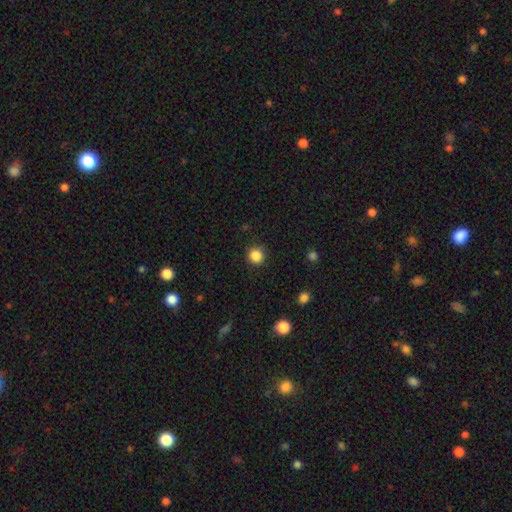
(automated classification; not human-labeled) This is clearly a smooth galaxy (86%). How rounded: clearly round (93%). Merging: clearly none (90%).